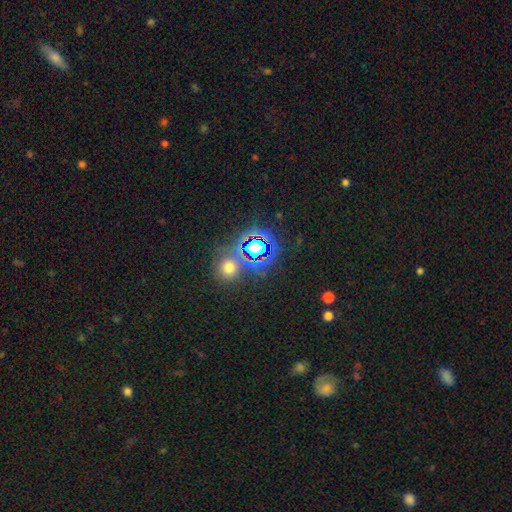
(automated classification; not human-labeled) Smooth or featured?
  - star or artifact: 74% *
  - smooth: 19%
  - featured or disk: 7%